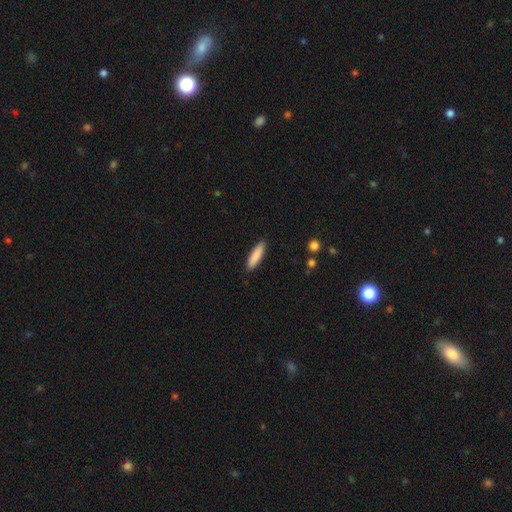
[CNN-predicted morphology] Smooth or featured? Predicted: smooth (p=0.87). How rounded? Predicted: cigar-shaped (p=0.74). Merging? Predicted: none (p=0.90).